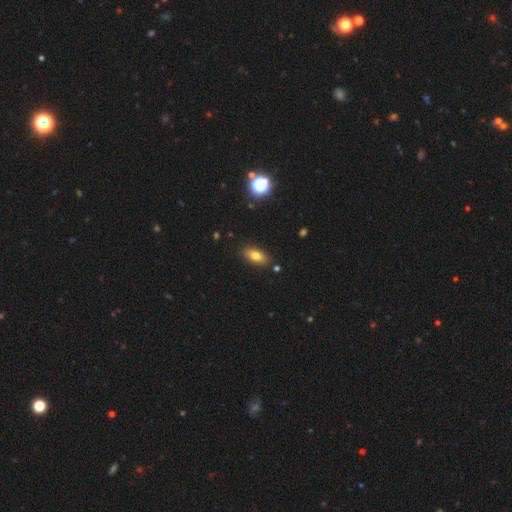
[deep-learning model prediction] A smooth galaxy with no disk features (77%) that is in between round and cigar-shaped (83%).

Vote fractions:
- Smooth or featured? smooth: 77% / featured or disk: 13% / star or artifact: 10%
- How rounded? in between: 83% / cigar-shaped: 12% / round: 5%
- Merging? none: 86% / minor disturbance: 10% / merger: 2% / major disturbance: 2%